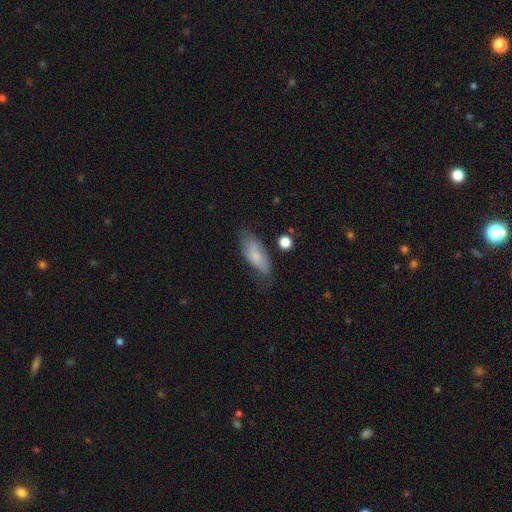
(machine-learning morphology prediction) This is likely a smooth galaxy (70%). How rounded: likely in between (79%). Merging: possibly none (57%).